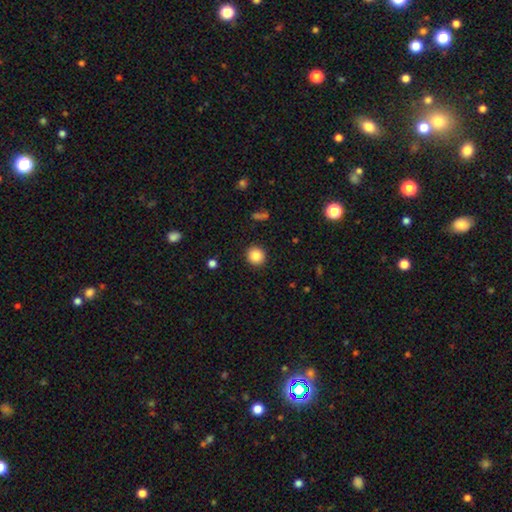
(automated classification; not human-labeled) This appears to be a smooth galaxy with no disk features (85%) that is round (93%). Merging: none (92%).